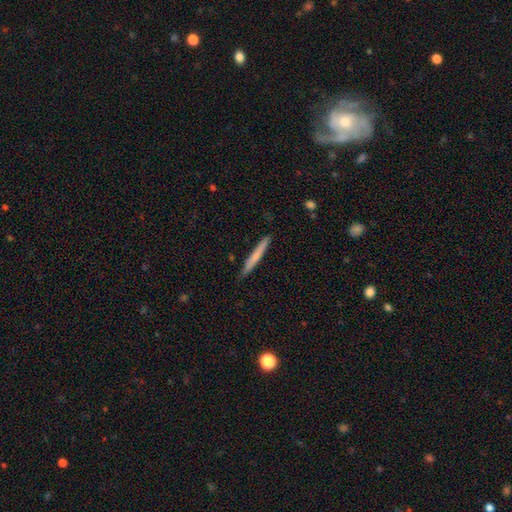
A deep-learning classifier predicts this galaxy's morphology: smooth-or-featured: smooth: 64% | featured or disk: 30% | star or artifact: 5%
  how-rounded: cigar-shaped: 97% | in between: 2% | round: 1%
  merging: none: 89% | minor disturbance: 9% | major disturbance: 1% | merger: 1%